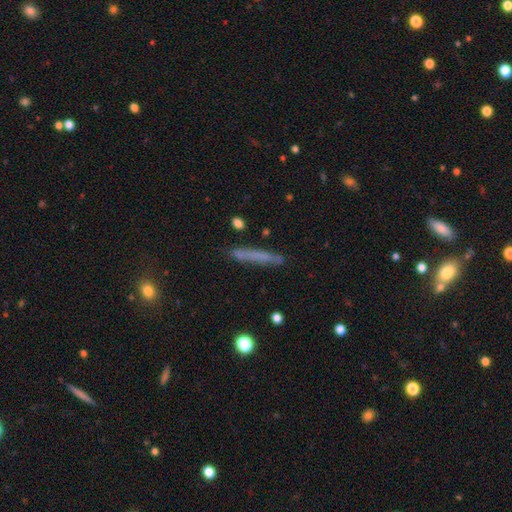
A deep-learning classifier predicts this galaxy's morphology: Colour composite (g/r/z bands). It shows a smooth galaxy with no disk features (61%) that is cigar-shaped (94%). Merging: none (83%).